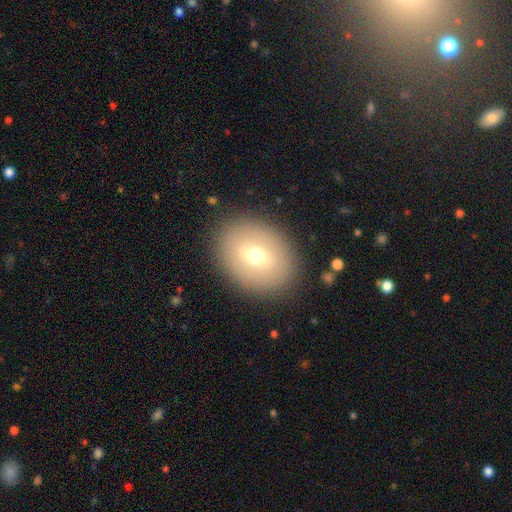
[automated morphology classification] Smooth or featured?
  - smooth: 60% *
  - featured or disk: 29%
  - star or artifact: 11%
How rounded?
  - in between: 59% *
  - round: 40%
  - cigar-shaped: 1%
Merging?
  - none: 87% *
  - minor disturbance: 9%
  - major disturbance: 4%
  - merger: 1%